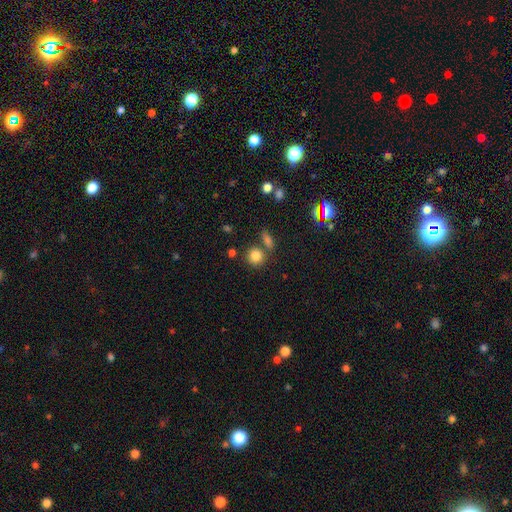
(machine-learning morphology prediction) A smooth galaxy with no disk features (82%) that is round (85%).

Vote fractions:
- Smooth or featured? smooth: 82% / star or artifact: 12% / featured or disk: 6%
- How rounded? round: 85% / in between: 14% / cigar-shaped: 1%
- Merging? none: 70% / merger: 16% / minor disturbance: 10% / major disturbance: 4%